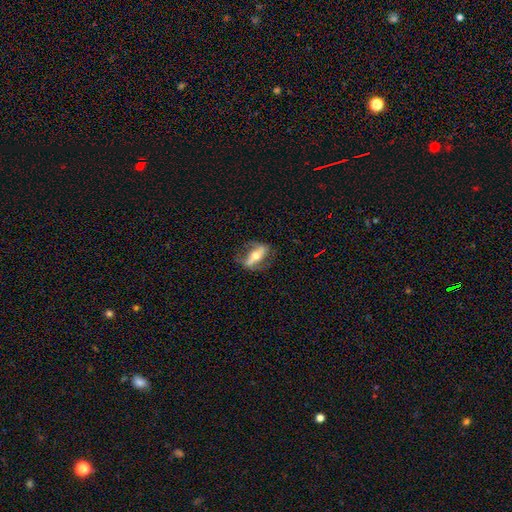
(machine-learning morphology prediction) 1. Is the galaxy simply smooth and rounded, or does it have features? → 73% featured or disk, 21% smooth, 6% star or artifact.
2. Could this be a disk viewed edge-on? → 68% no, 32% yes.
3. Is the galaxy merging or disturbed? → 71% none, 17% minor disturbance, 11% major disturbance, 2% merger.